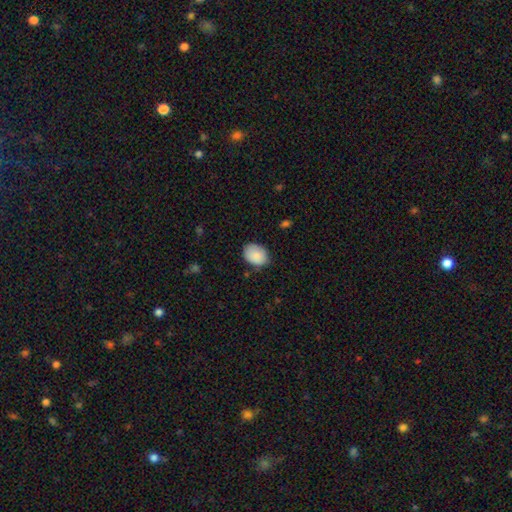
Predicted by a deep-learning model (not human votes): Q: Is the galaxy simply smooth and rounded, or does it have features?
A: smooth — 87%.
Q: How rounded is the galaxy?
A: in between — 68%.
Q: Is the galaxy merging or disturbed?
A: none — 74%.